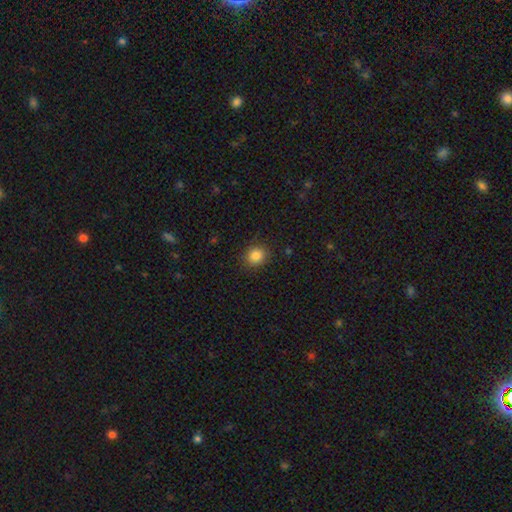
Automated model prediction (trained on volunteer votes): A smooth galaxy with no disk features (84%) that is round (76%). Merging: none (87%).